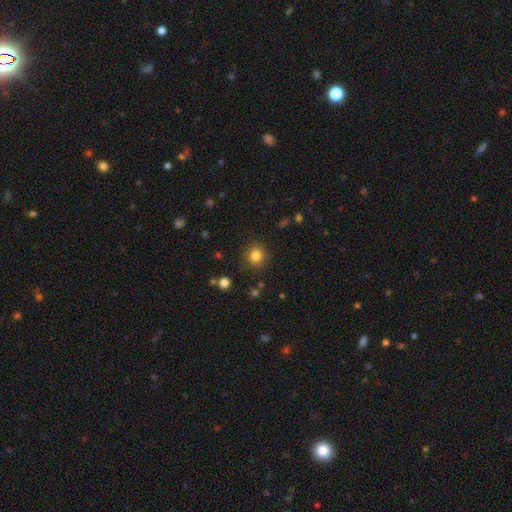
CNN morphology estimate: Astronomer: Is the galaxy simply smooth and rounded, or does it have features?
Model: smooth — 82%.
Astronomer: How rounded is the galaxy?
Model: round — 91%.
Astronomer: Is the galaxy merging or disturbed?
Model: none — 88%.